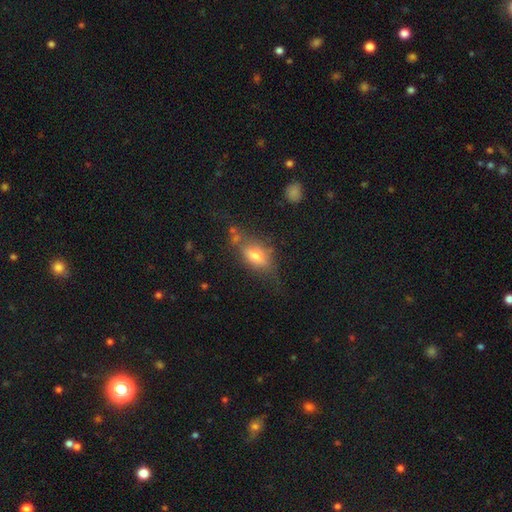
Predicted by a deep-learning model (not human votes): Smooth or featured: smooth — 58% (featured or disk — 32%)
How rounded: in between — 79% (cigar-shaped — 13%)
Merging: none — 54% (minor disturbance — 25%)